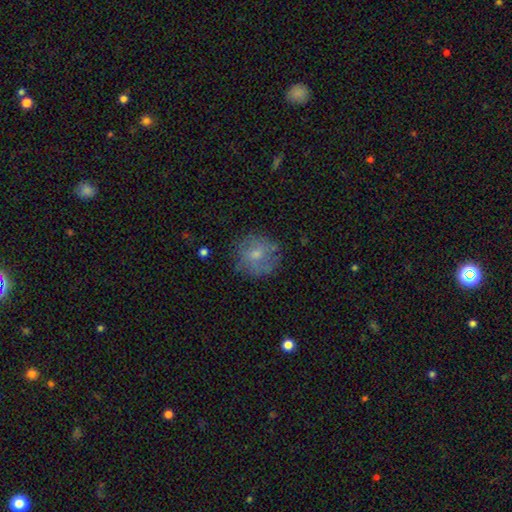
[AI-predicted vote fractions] This is likely a smooth galaxy (64%). How rounded: clearly round (89%). Merging: likely none (74%).